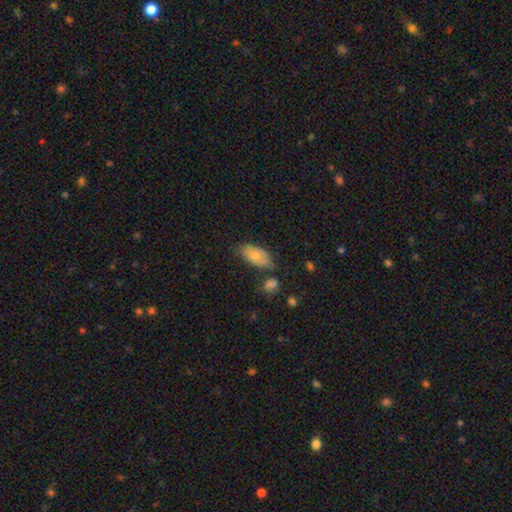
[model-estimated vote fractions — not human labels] Q: Smooth or featured?
A: smooth (71%); runner-up: featured or disk (22%)
Q: How rounded?
A: in between (92%); runner-up: cigar-shaped (4%)
Q: Merging?
A: none (62%); runner-up: minor disturbance (24%)